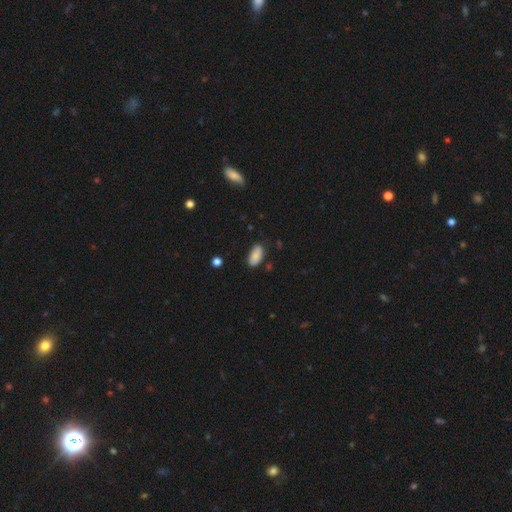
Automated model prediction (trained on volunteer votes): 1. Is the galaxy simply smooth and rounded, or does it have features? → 87% smooth, 7% star or artifact, 6% featured or disk.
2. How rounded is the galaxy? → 93% in between, 5% cigar-shaped, 2% round.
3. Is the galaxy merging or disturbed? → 79% none, 17% minor disturbance, 3% major disturbance, 2% merger.